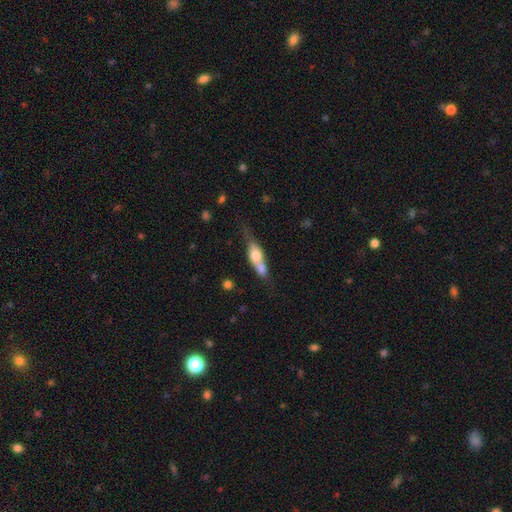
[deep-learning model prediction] smooth_or_featured: smooth (p=0.55) [alt: featured or disk p=0.38]
how_rounded: in between (p=0.56) [alt: cigar-shaped p=0.37]
merging: merger (p=0.51) [alt: none p=0.27]